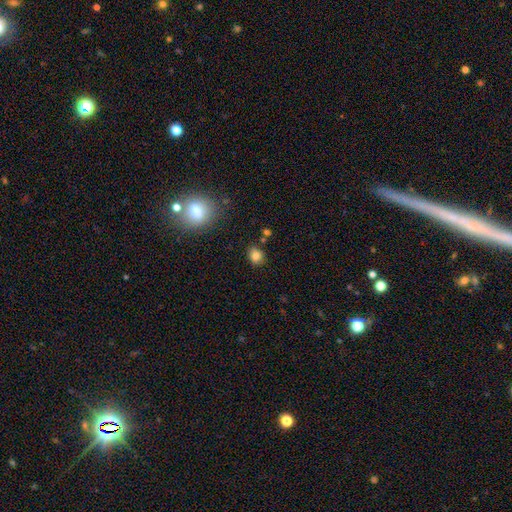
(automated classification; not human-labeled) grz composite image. It shows a smooth galaxy with no disk features (81%) that is round (56%). Merging: none (81%).